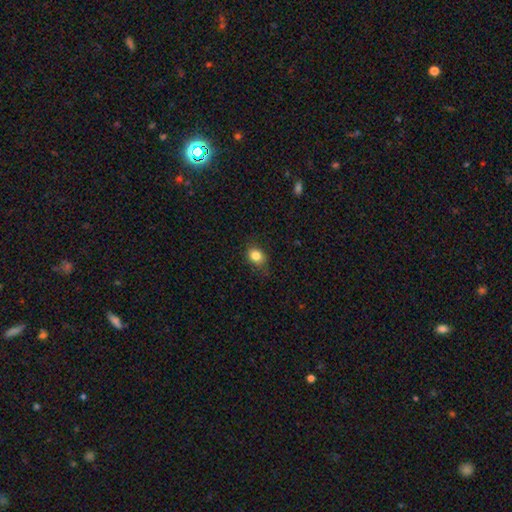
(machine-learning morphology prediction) This appears to be a smooth galaxy with no disk features (84%) that is round (53%). Merging: none (73%).